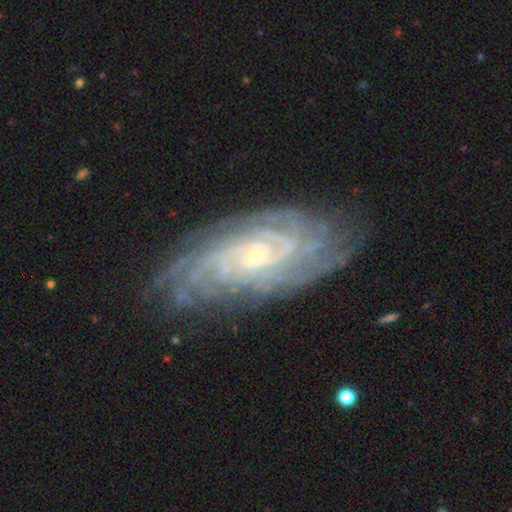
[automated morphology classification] This appears to be a featured or disk galaxy (88%) with no bar (63%), tight (78%) spiral arms (98%) and a small central bulge (80%). Merging: none (80%).